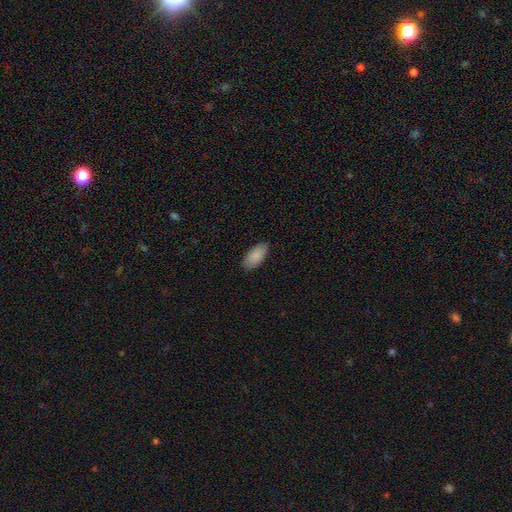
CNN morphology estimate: smooth-or-featured: smooth: 89% | star or artifact: 6% | featured or disk: 5%
  how-rounded: in between: 95% | cigar-shaped: 3% | round: 2%
  merging: none: 86% | minor disturbance: 11% | major disturbance: 2% | merger: 1%